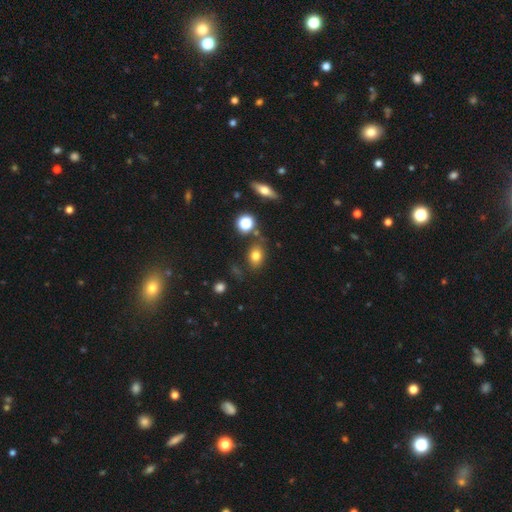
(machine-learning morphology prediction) This is likely a smooth galaxy (76%). How rounded: likely in between (65%). Merging: likely none (73%).